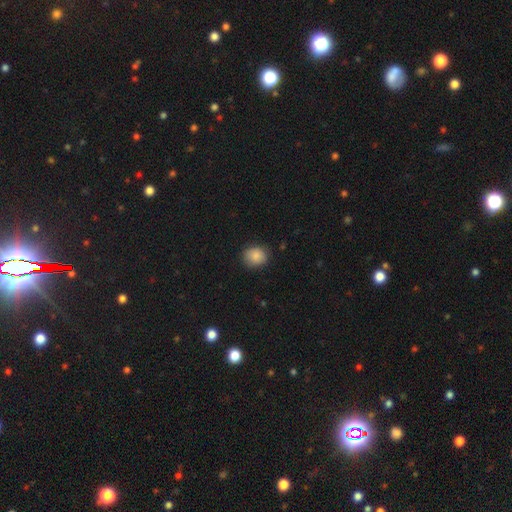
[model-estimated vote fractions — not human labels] The model was most divided on "how rounded": round: 70%, in between: 29%, cigar-shaped: 1%. More confident: smooth or featured — smooth (87%); merging — none (82%).